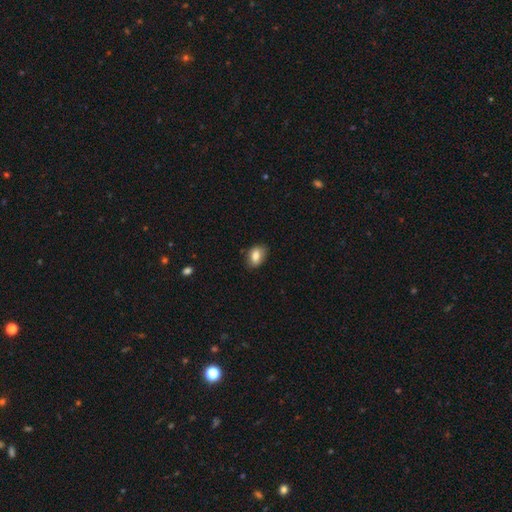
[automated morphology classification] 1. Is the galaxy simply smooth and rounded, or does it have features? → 83% smooth, 10% featured or disk, 8% star or artifact.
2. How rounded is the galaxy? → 83% in between, 15% round, 2% cigar-shaped.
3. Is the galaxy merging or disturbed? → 78% none, 17% minor disturbance, 3% major disturbance, 1% merger.